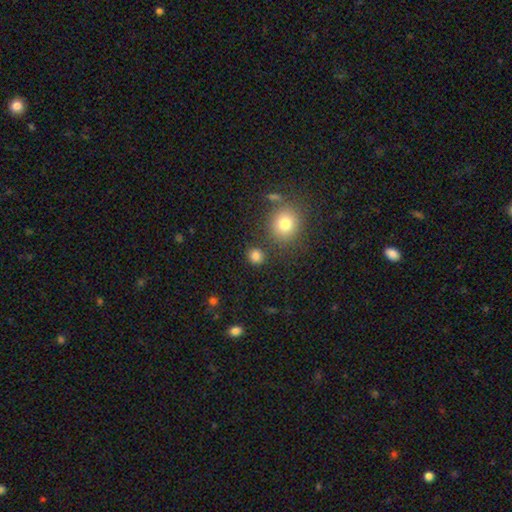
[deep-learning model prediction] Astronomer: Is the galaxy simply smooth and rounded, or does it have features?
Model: smooth — 83%.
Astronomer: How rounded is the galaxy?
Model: round — 84%.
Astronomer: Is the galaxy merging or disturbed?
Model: none — 83%.